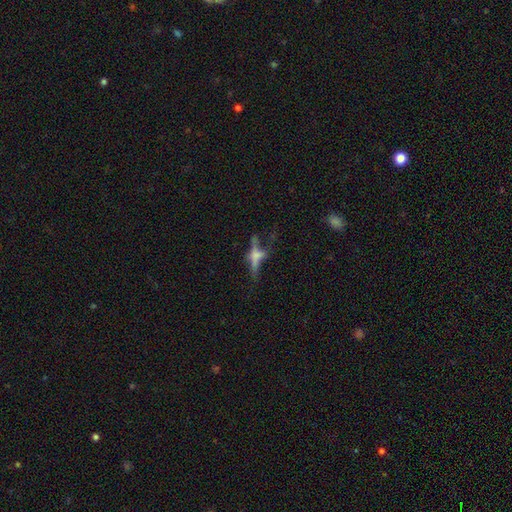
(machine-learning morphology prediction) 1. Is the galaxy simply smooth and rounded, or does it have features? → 54% featured or disk, 30% smooth, 16% star or artifact.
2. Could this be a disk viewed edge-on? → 69% yes, 31% no.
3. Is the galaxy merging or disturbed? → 43% none, 26% major disturbance, 17% minor disturbance, 14% merger.